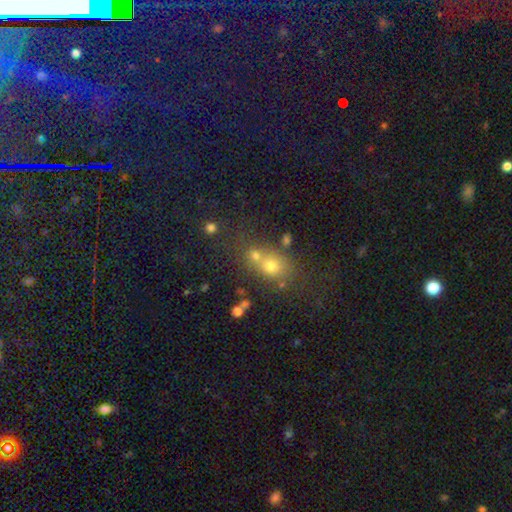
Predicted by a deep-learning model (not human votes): The model was most divided on "merging": none: 48%, merger: 36%, minor disturbance: 11%, major disturbance: 6%. More confident: smooth or featured — smooth (65%); how rounded — round (60%).